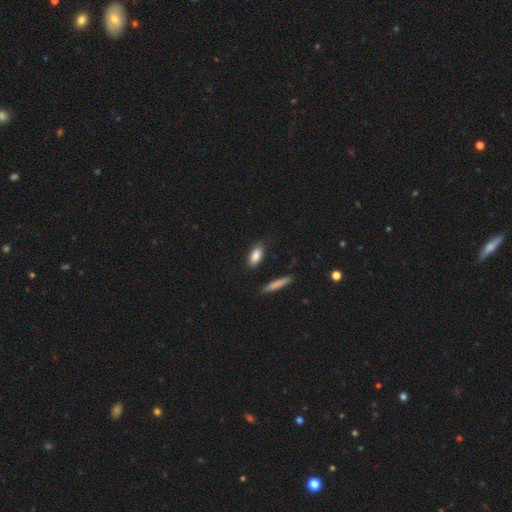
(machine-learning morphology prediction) Q: Smooth or featured?
A: smooth (86%); runner-up: featured or disk (7%)
Q: How rounded?
A: in between (75%); runner-up: cigar-shaped (22%)
Q: Merging?
A: none (85%); runner-up: minor disturbance (10%)